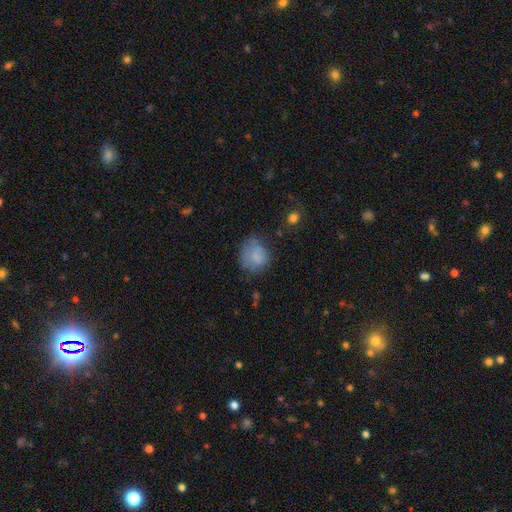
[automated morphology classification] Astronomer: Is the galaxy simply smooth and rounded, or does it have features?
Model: smooth — 69%.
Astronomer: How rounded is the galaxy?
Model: round — 73%.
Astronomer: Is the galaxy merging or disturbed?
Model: none — 52% (runner-up: minor disturbance, 28%).